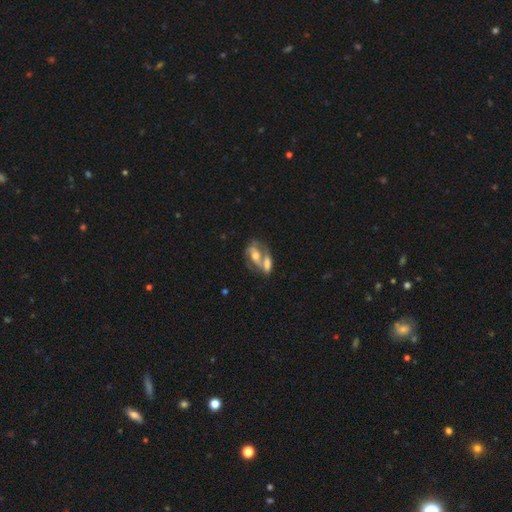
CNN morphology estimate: This is likely a featured or disk galaxy (68%). It is clearly not viewed edge-on (87%). Bar: possibly no (47%). Spiral arm pattern: likely yes (68%). Central bulge: likely moderate (64%). Merging: possibly merger (55%).